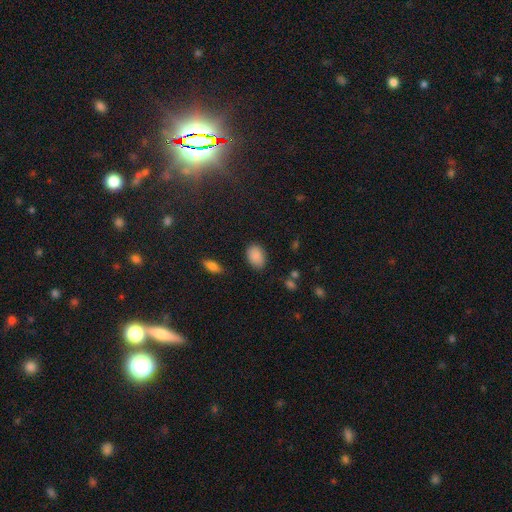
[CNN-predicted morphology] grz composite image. It shows a smooth galaxy with no disk features (88%) that is in between round and cigar-shaped (83%). Merging: none (83%).